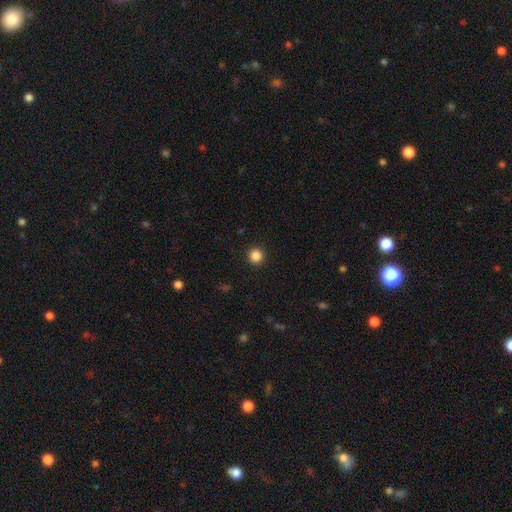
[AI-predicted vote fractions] Morphology: type=smooth (86%); roundness=round (95%); merging=none (93%).